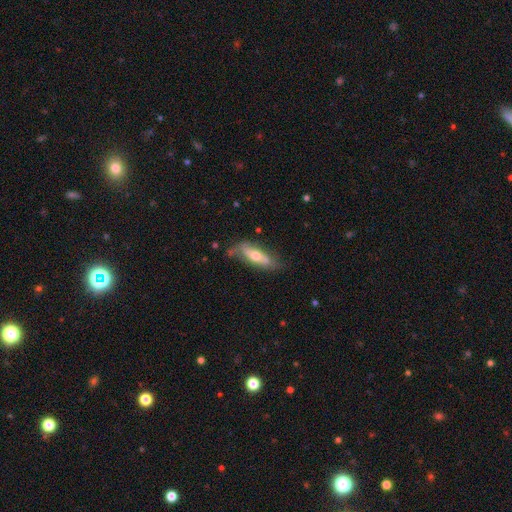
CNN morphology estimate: The model was most divided on "smooth or featured": featured or disk: 49%, smooth: 45%, star or artifact: 6%. More confident: merging — none (58%).